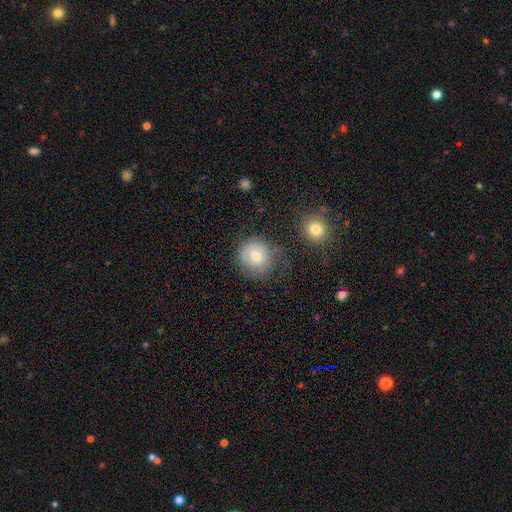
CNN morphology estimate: Overall: smooth (65%; featured or disk 27%). How rounded: round (88%). Merging: none (58%; minor disturbance 22%).